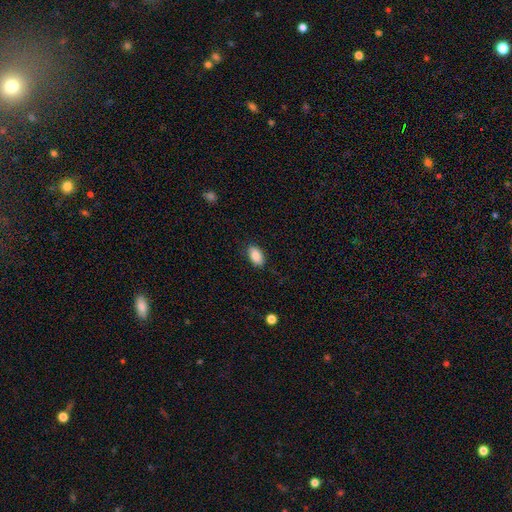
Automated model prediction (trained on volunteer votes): The model was most divided on "merging": none: 84%, minor disturbance: 12%, major disturbance: 3%, merger: 1%. More confident: how rounded — in between (93%); smooth or featured — smooth (88%).